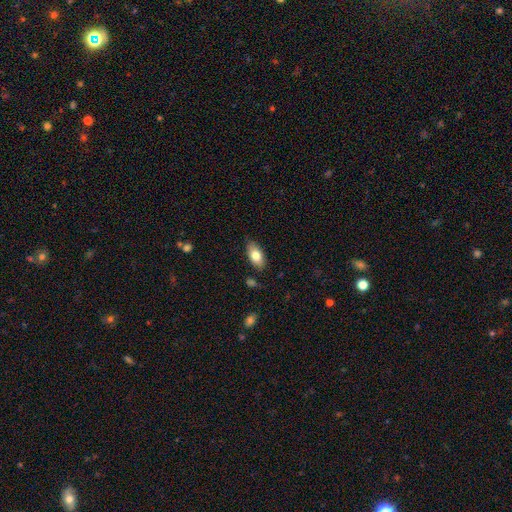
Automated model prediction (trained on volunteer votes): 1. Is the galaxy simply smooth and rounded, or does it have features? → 77% smooth, 16% featured or disk, 7% star or artifact.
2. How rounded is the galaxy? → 91% in between, 6% cigar-shaped, 4% round.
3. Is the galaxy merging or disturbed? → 82% none, 14% minor disturbance, 2% major disturbance, 2% merger.